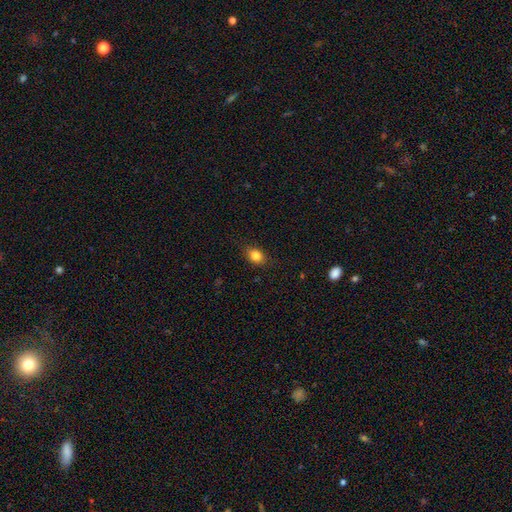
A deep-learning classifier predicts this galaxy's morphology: Overall: smooth (83%). How rounded: in between (62%; round 37%). Merging: none (83%).